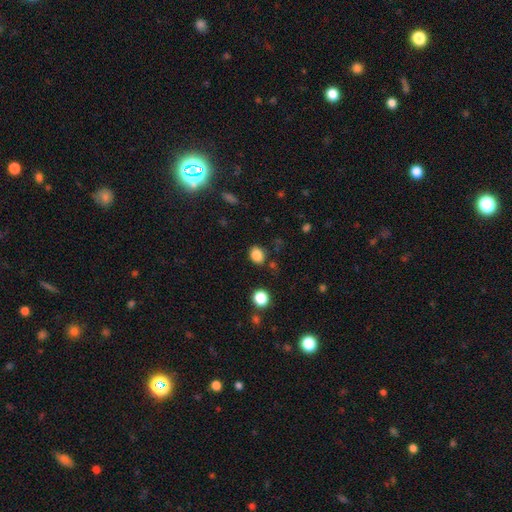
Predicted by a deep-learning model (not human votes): smooth-or-featured: smooth: 84% | star or artifact: 11% | featured or disk: 5%
  how-rounded: in between: 54% | round: 45% | cigar-shaped: 1%
  merging: none: 80% | minor disturbance: 13% | merger: 4% | major disturbance: 4%